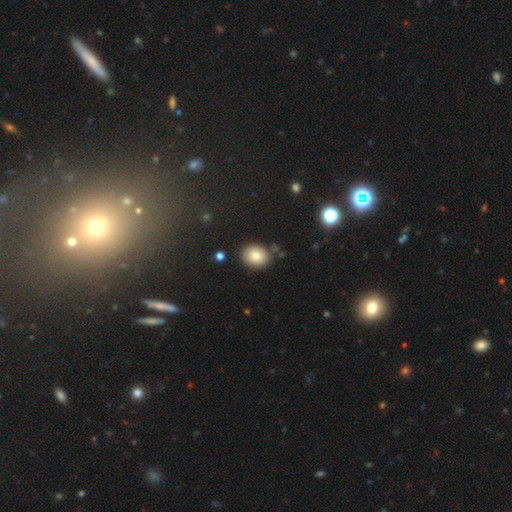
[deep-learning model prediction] This is clearly a smooth galaxy (83%). How rounded: likely in between (61%). Merging: clearly none (81%).